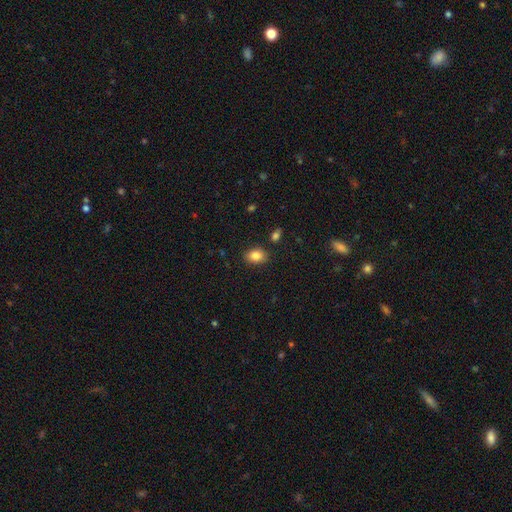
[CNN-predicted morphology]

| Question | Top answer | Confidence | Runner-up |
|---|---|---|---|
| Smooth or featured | smooth | 85% | star or artifact (9%) |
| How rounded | in between | 70% | round (28%) |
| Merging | none | 83% | minor disturbance (11%) |